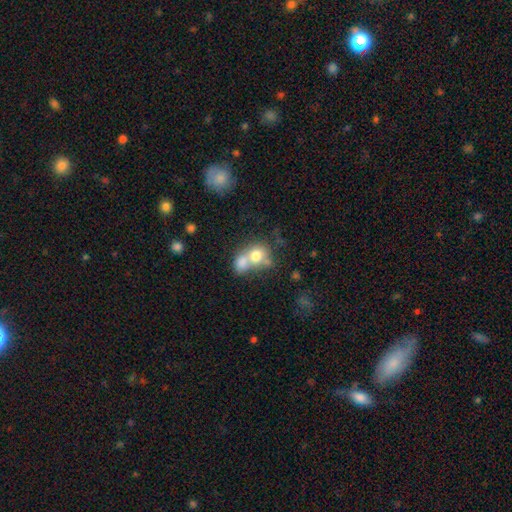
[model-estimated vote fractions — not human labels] A smooth galaxy with no disk features (71%) that is round (61%).

Vote fractions:
- Smooth or featured? smooth: 71% / featured or disk: 19% / star or artifact: 10%
- How rounded? round: 61% / in between: 38% / cigar-shaped: 1%
- Merging? merger: 65% / none: 22% / minor disturbance: 8% / major disturbance: 6%